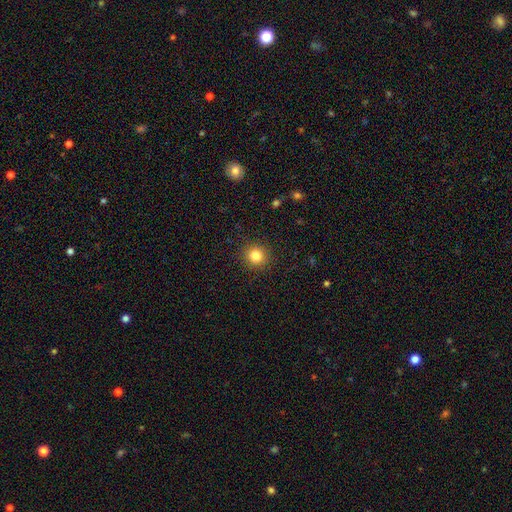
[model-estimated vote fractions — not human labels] Q: Smooth or featured?
A: smooth (83%); runner-up: star or artifact (12%)
Q: How rounded?
A: round (92%); runner-up: in between (8%)
Q: Merging?
A: none (91%); runner-up: minor disturbance (6%)